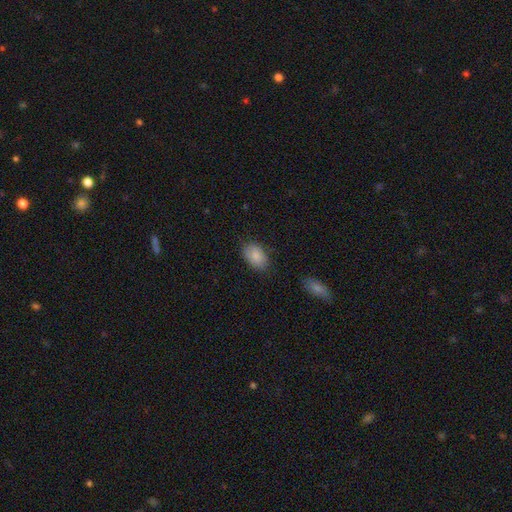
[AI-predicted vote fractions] smooth-or-featured: smooth: 84% | featured or disk: 9% | star or artifact: 7%
  how-rounded: in between: 90% | round: 9% | cigar-shaped: 1%
  merging: none: 78% | minor disturbance: 17% | major disturbance: 4% | merger: 1%